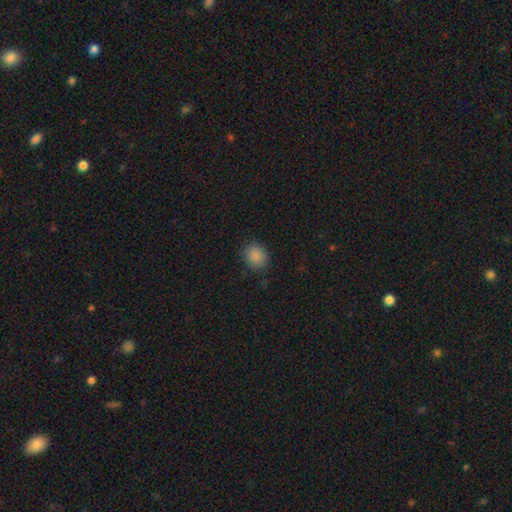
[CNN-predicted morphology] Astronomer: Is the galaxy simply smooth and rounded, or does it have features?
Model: smooth — 87%.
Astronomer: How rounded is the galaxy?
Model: round — 69%.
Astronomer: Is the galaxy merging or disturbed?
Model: none — 85%.